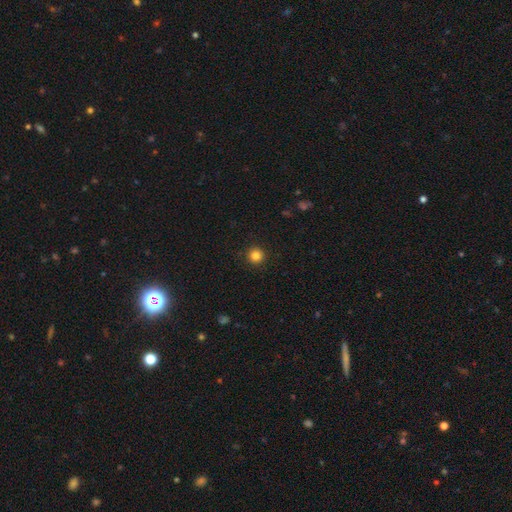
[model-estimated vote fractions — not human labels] This appears to be a smooth galaxy with no disk features (83%) that is round (96%). Merging: none (93%).